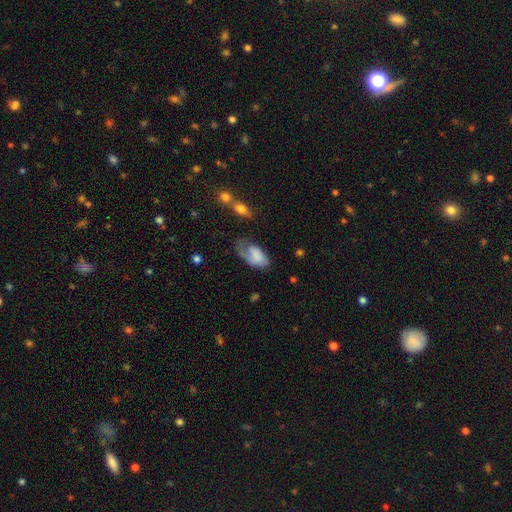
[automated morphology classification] A smooth galaxy with no disk features (57%) that is in between round and cigar-shaped (93%). Merging: none (39%).